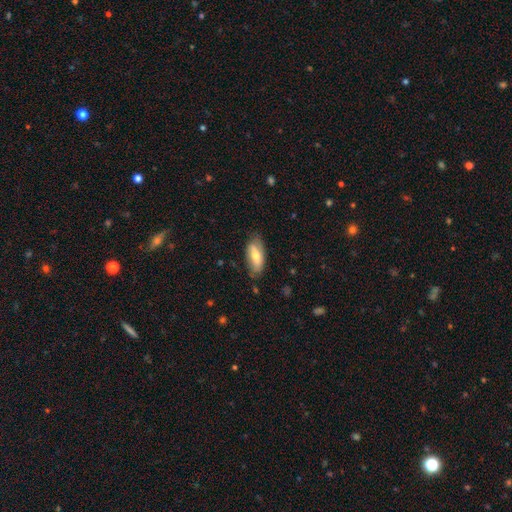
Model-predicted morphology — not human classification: Overall: smooth (57%; featured or disk 37%). How rounded: in between (81%). Merging: none (73%).